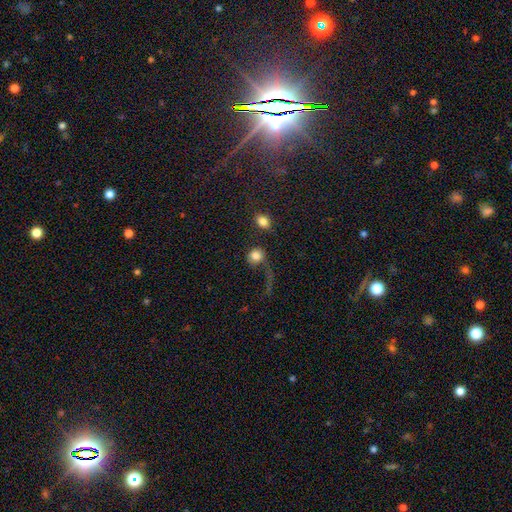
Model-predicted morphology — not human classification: A smooth galaxy with no disk features (80%) that is round (76%).

Vote fractions:
- Smooth or featured? smooth: 80% / featured or disk: 10% / star or artifact: 10%
- How rounded? round: 76% / in between: 22% / cigar-shaped: 2%
- Merging? none: 45% / major disturbance: 26% / merger: 15% / minor disturbance: 14%